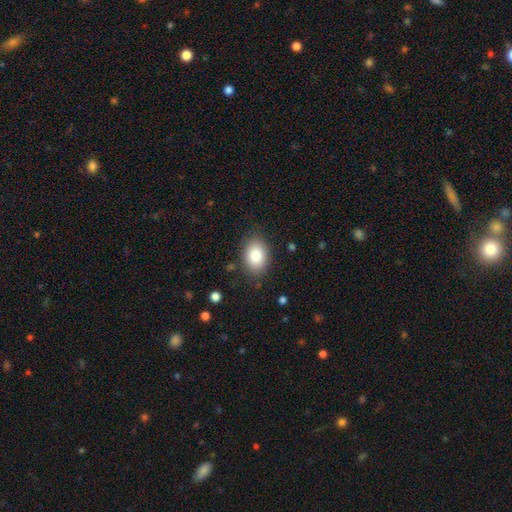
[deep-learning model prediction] This appears to be a smooth galaxy with no disk features (83%) that is in between round and cigar-shaped (80%). Merging: none (83%).